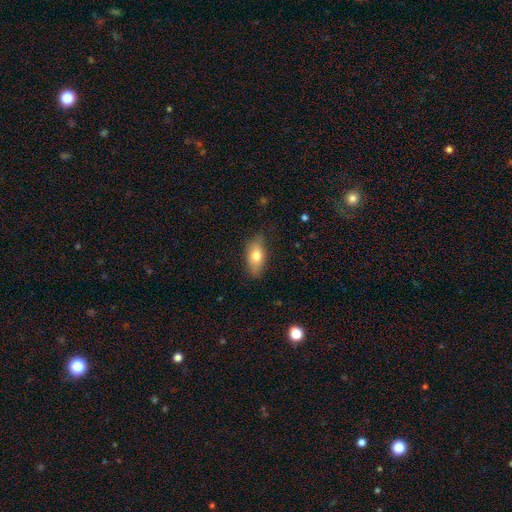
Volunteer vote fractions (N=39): Smooth or featured: smooth — 87% (featured or disk — 10%)
How rounded: in between — 79% (cigar-shaped — 18%)
Merging: none — 74% (minor disturbance — 21%)